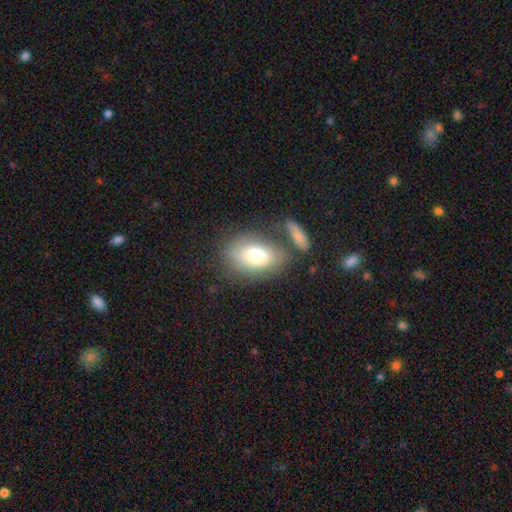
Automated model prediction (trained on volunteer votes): Q: Smooth or featured?
A: smooth (72%); runner-up: featured or disk (20%)
Q: How rounded?
A: in between (83%); runner-up: round (15%)
Q: Merging?
A: none (60%); runner-up: minor disturbance (17%)